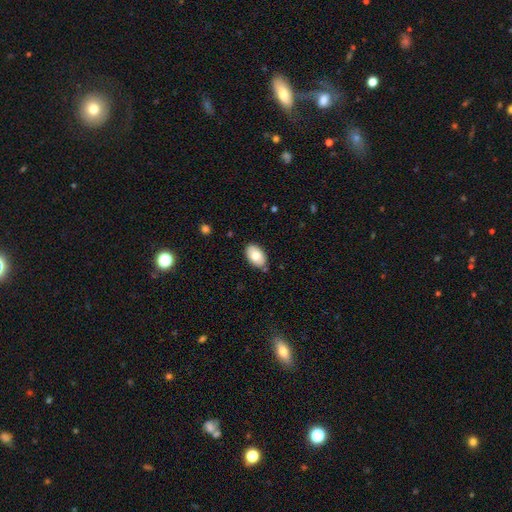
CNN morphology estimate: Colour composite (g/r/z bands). It shows a smooth galaxy with no disk features (80%) that is in between round and cigar-shaped (93%). Merging: none (82%).